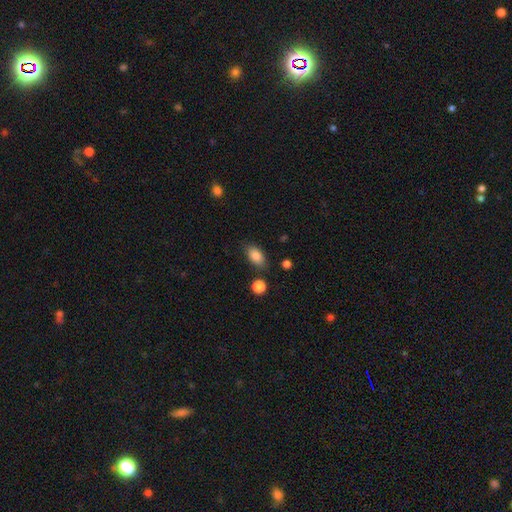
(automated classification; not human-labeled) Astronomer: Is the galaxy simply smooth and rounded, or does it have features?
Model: smooth — 86%.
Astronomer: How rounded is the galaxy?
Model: in between — 89%.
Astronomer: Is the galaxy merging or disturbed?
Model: none — 79%.